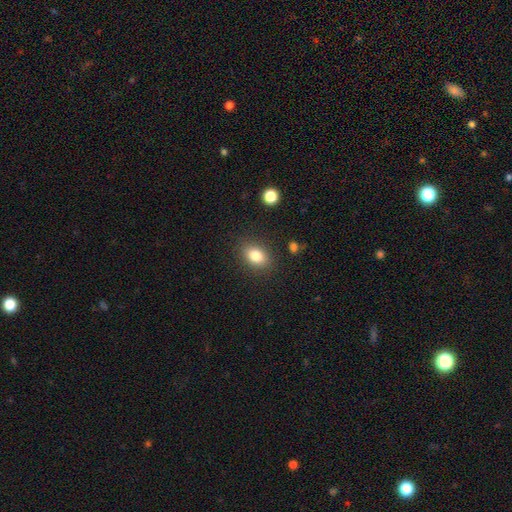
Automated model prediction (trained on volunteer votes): A smooth galaxy with no disk features (82%) that is in between round and cigar-shaped (75%). Merging: none (86%).